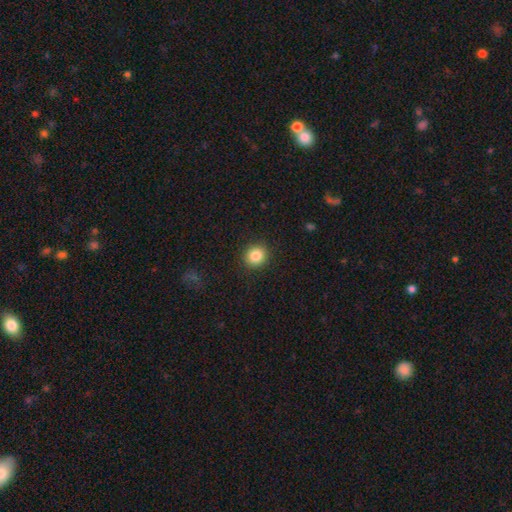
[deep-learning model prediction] This is clearly a smooth galaxy (85%). How rounded: clearly round (86%). Merging: clearly none (91%).